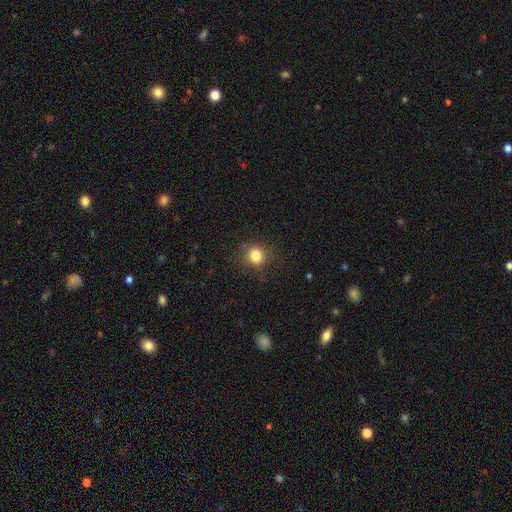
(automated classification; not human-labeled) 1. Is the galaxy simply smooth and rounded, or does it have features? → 81% smooth, 13% star or artifact, 6% featured or disk.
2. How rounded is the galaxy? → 80% round, 19% in between, 1% cigar-shaped.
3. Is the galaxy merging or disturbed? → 83% none, 12% minor disturbance, 4% major disturbance, 1% merger.